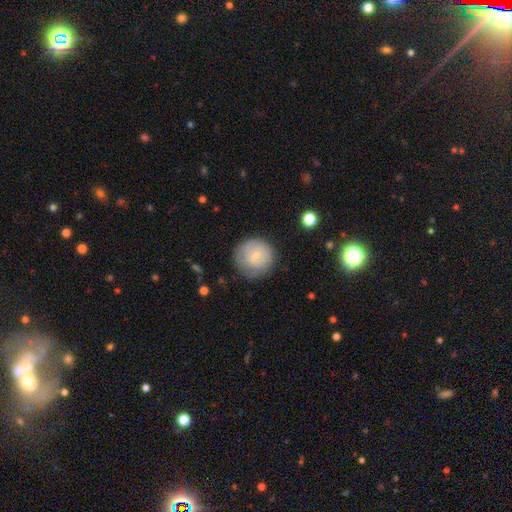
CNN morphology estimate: Smooth or featured? Predicted: smooth (p=0.70). How rounded? Predicted: round (p=0.92). Merging? Predicted: none (p=0.73).